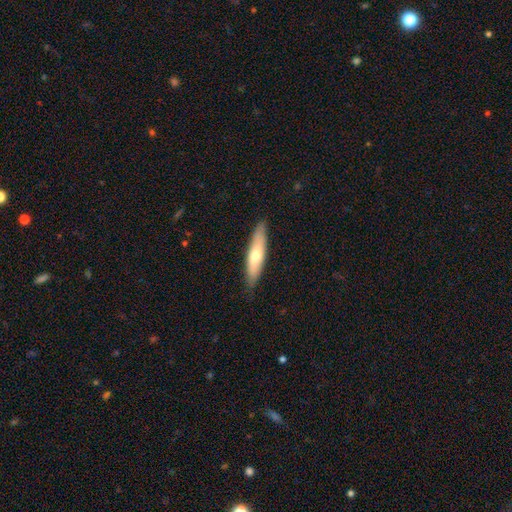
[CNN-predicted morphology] Smooth or featured? Predicted: smooth (p=0.63). How rounded? Predicted: cigar-shaped (p=0.75). Merging? Predicted: none (p=0.85).